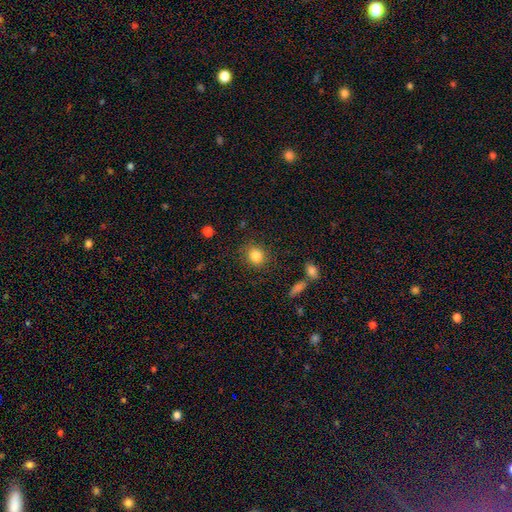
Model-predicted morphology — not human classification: type=smooth (85%); roundness=round (76%); merging=none (83%).